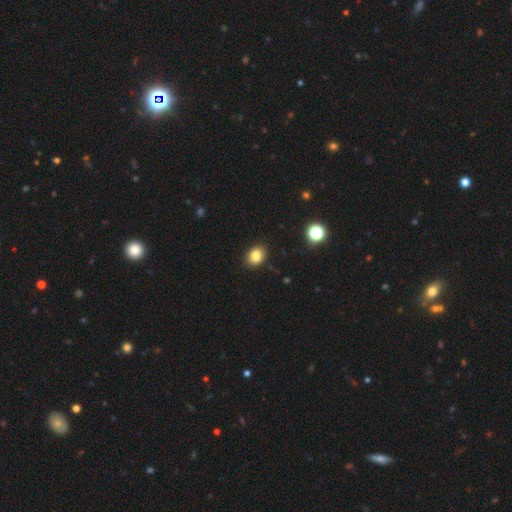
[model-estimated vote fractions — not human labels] Morphology: type=smooth (83%); roundness=in between (63%); merging=none (84%).